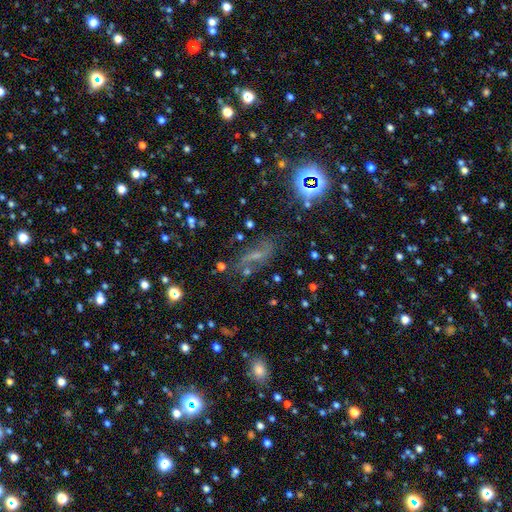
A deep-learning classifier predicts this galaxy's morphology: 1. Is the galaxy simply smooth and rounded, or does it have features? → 49% featured or disk, 27% star or artifact, 24% smooth.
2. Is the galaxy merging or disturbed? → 61% none, 20% minor disturbance, 13% major disturbance, 7% merger.